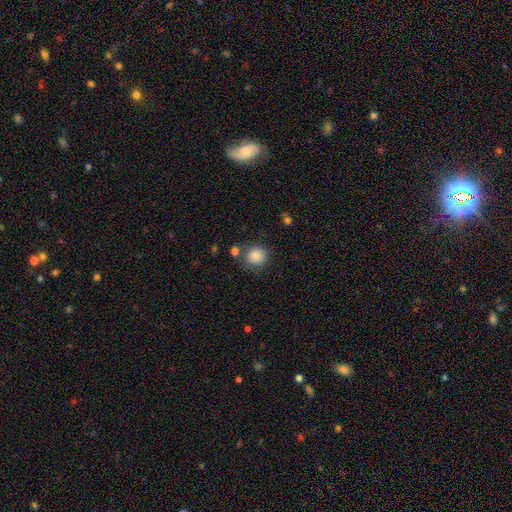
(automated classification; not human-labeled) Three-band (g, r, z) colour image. It shows a smooth galaxy with no disk features (85%) that is round (88%). Merging: none (78%).